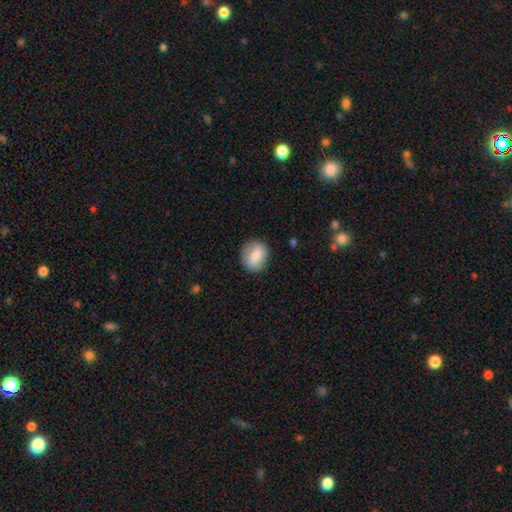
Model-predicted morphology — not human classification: smooth_or_featured: smooth (p=0.74) [alt: featured or disk p=0.19]
how_rounded: round (p=0.61) [alt: in between p=0.38]
merging: none (p=0.82) [alt: minor disturbance p=0.13]